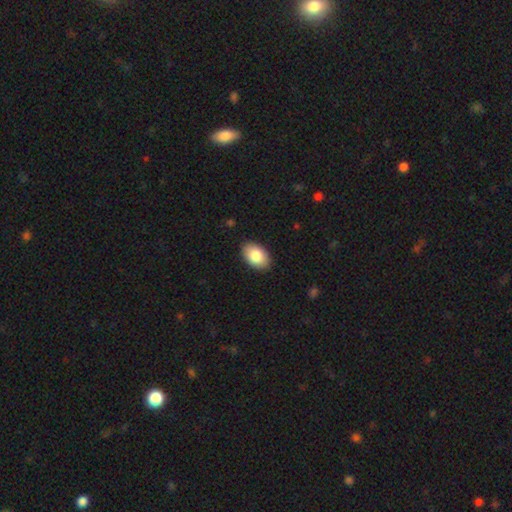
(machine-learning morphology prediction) smooth 85%, featured or disk 9%, star or artifact 6%. Down the decision tree: how rounded — in between (92%); merging — none (88%).